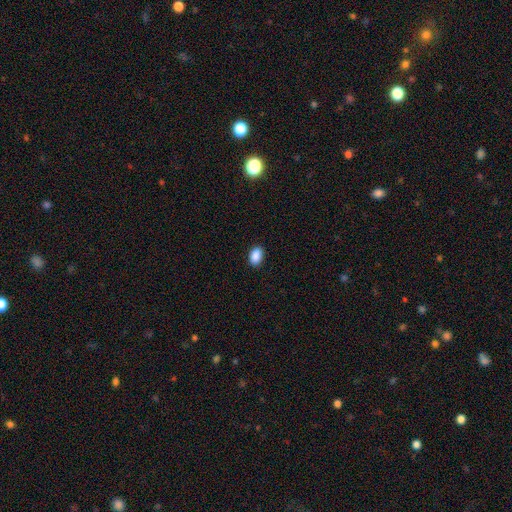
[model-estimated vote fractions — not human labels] Smooth or featured? Predicted: smooth (p=0.90). How rounded? Predicted: in between (p=0.89). Merging? Predicted: none (p=0.88).